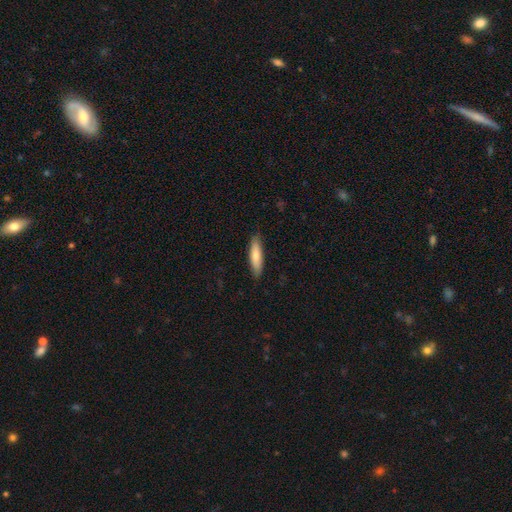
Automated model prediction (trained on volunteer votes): smooth_or_featured: smooth (p=0.82) [alt: featured or disk p=0.13]
how_rounded: cigar-shaped (p=0.71) [alt: in between p=0.28]
merging: none (p=0.87) [alt: minor disturbance p=0.10]